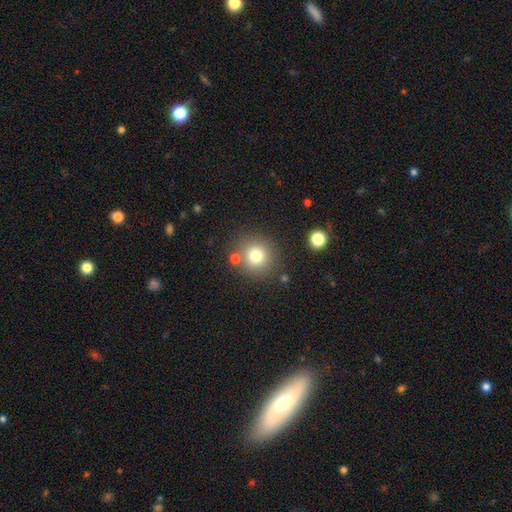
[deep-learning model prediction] Smooth or featured? smooth (77%)
How rounded? round (92%)
Merging? none (80%)